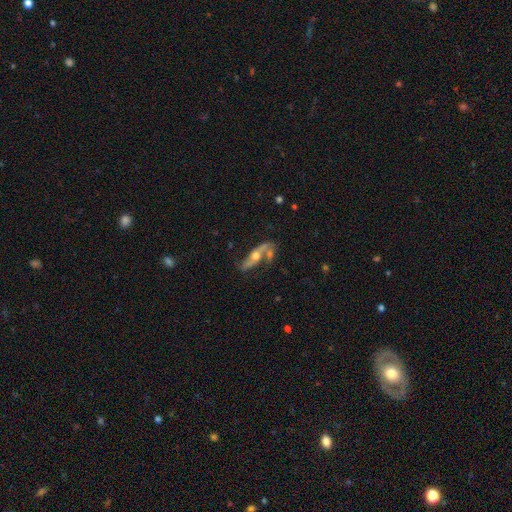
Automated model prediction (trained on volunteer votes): This appears to be a featured or disk galaxy (68%). Merging: none (46%).